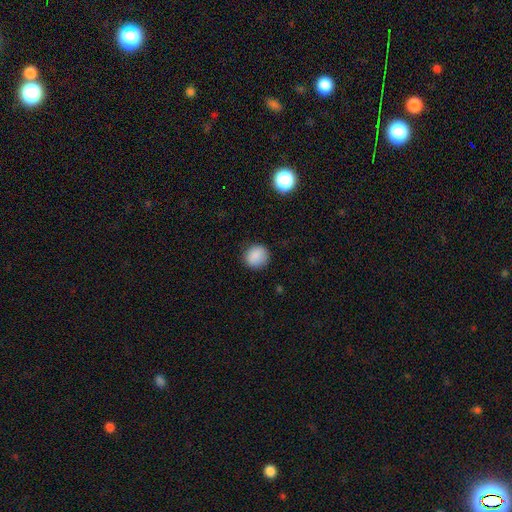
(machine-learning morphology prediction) Smooth or featured?
  - smooth: 88% *
  - star or artifact: 9%
  - featured or disk: 4%
How rounded?
  - round: 84% *
  - in between: 15%
  - cigar-shaped: 1%
Merging?
  - none: 85% *
  - minor disturbance: 11%
  - major disturbance: 3%
  - merger: 1%